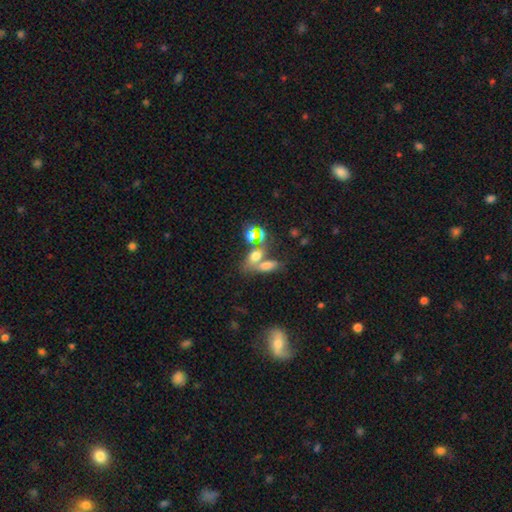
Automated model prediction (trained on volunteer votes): Smooth or featured? Predicted: smooth (p=0.61). How rounded? Predicted: in between (p=0.69). Merging? Predicted: merger (p=0.50).